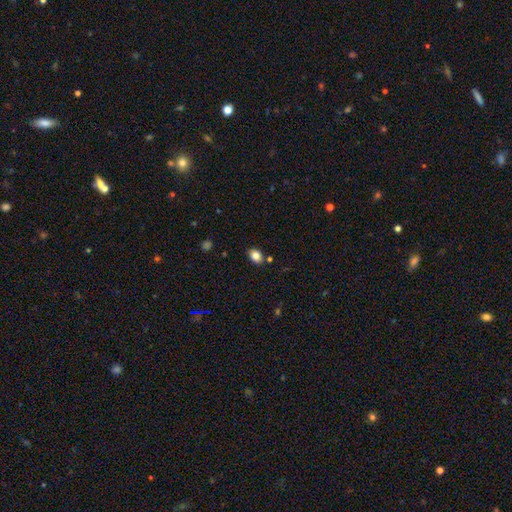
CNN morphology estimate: smooth 83%, star or artifact 10%, featured or disk 7%. Down the decision tree: how rounded — in between (70%); merging — none (84%).